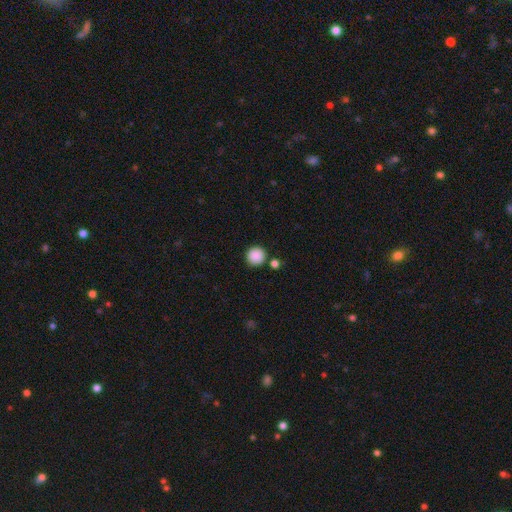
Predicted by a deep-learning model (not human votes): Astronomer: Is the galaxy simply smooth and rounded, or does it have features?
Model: smooth — 89%.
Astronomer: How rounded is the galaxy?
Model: round — 95%.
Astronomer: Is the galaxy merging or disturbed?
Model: none — 86%.